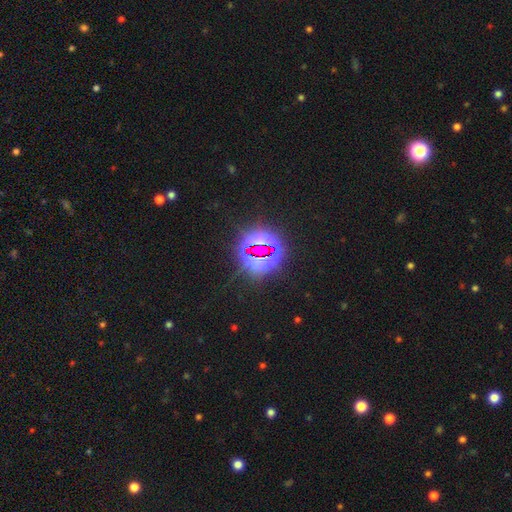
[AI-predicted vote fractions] A star or artifact, not a galaxy (82%).

Vote fractions:
- Smooth or featured? star or artifact: 82% / smooth: 11% / featured or disk: 7%